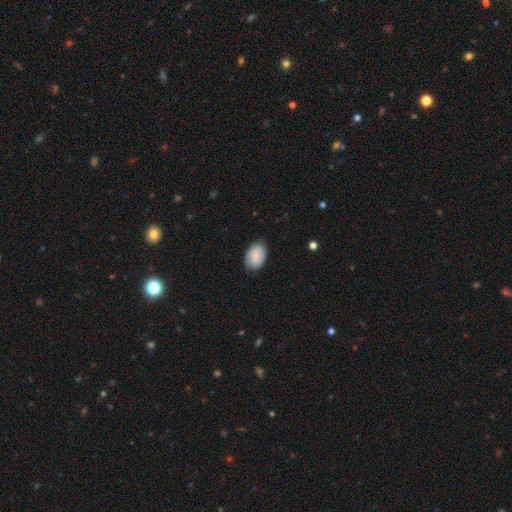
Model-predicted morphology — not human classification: smooth_or_featured: smooth (p=0.72) [alt: featured or disk p=0.21]
how_rounded: in between (p=0.84) [alt: round p=0.14]
merging: none (p=0.81) [alt: minor disturbance p=0.15]